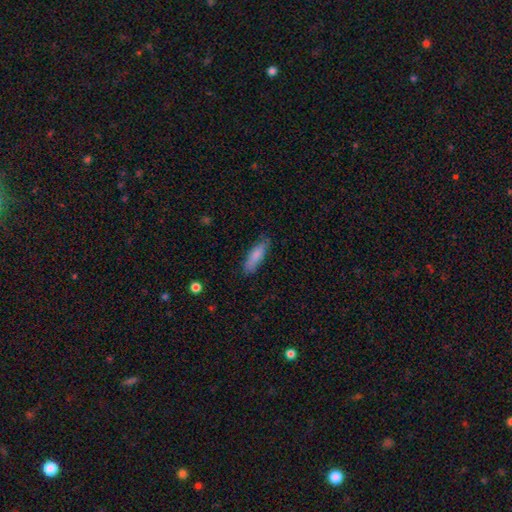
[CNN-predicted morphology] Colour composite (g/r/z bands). It shows a smooth galaxy with no disk features (82%) that is cigar-shaped (60%). Merging: none (79%).